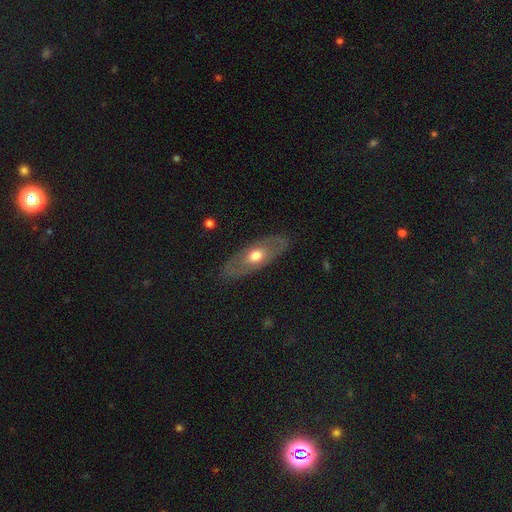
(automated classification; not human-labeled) The model was most divided on "smooth or featured": featured or disk: 53%, smooth: 42%, star or artifact: 5%. More confident: merging — none (83%); edge-on disk — no (73%).